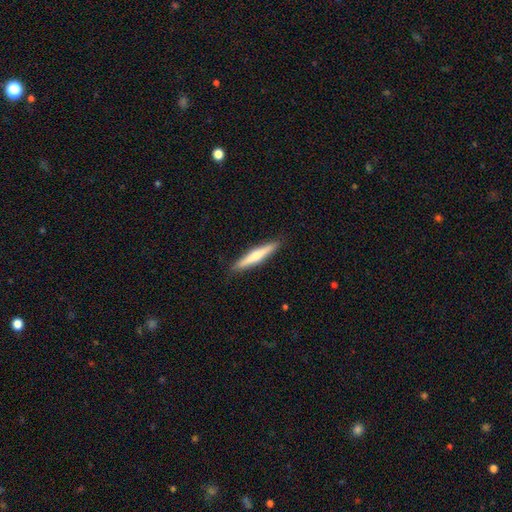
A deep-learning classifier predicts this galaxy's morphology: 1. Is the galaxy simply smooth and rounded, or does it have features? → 53% smooth, 42% featured or disk, 5% star or artifact.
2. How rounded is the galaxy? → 93% cigar-shaped, 5% in between, 1% round.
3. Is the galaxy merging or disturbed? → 90% none, 7% minor disturbance, 1% major disturbance, 1% merger.